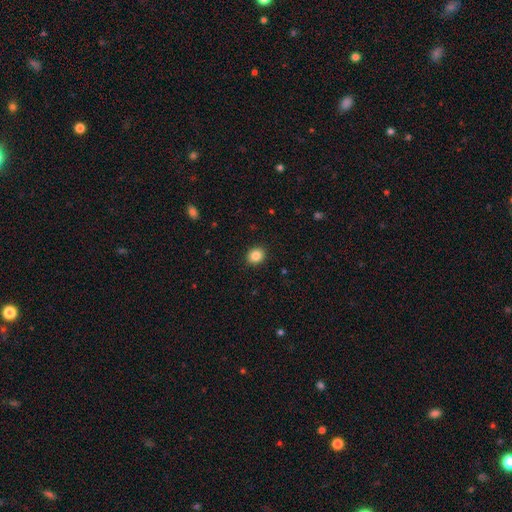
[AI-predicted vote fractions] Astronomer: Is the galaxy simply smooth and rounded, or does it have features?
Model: smooth — 85%.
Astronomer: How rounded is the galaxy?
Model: round — 69%.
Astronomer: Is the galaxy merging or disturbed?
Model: none — 91%.